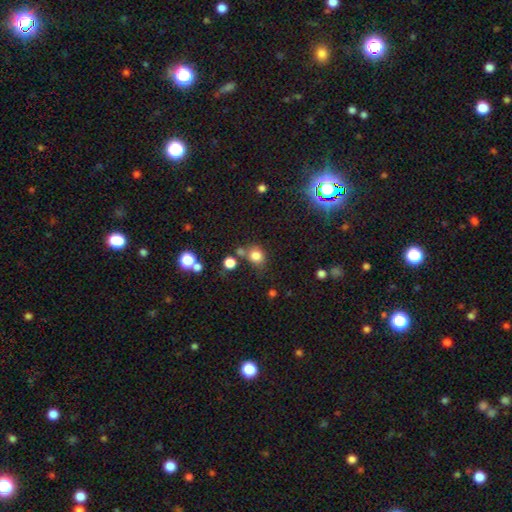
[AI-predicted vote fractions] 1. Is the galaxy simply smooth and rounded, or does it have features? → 80% smooth, 14% star or artifact, 6% featured or disk.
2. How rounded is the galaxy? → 72% round, 27% in between, 1% cigar-shaped.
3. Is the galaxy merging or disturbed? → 62% none, 17% minor disturbance, 15% merger, 6% major disturbance.